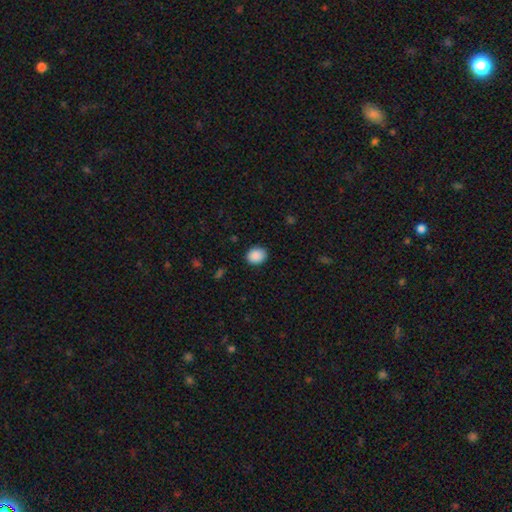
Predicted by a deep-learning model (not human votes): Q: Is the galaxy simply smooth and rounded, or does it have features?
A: smooth — 90%.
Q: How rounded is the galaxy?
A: round — 61%.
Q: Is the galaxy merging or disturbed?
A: none — 89%.